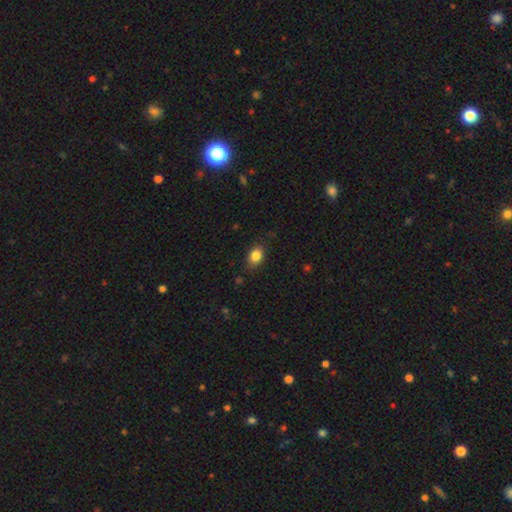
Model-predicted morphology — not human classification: smooth-or-featured: smooth: 85% | star or artifact: 9% | featured or disk: 6%
  how-rounded: in between: 75% | round: 23% | cigar-shaped: 2%
  merging: none: 81% | minor disturbance: 14% | major disturbance: 3% | merger: 1%